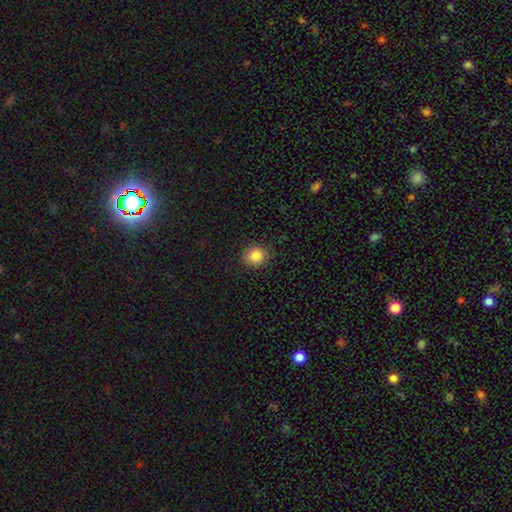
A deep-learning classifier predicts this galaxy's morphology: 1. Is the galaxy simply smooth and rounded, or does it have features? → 85% smooth, 10% star or artifact, 5% featured or disk.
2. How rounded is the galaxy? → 80% round, 19% in between, 1% cigar-shaped.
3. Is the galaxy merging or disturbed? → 88% none, 9% minor disturbance, 2% major disturbance, 1% merger.